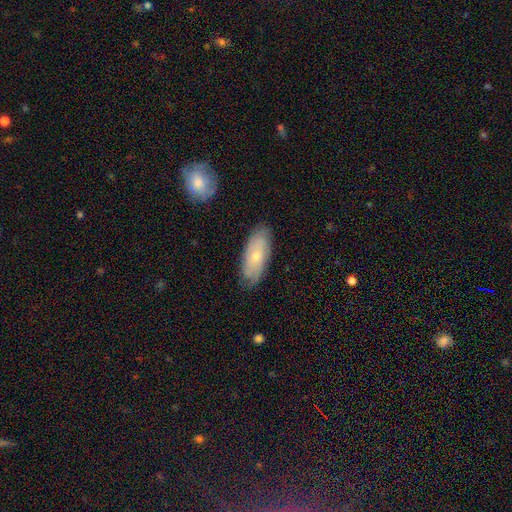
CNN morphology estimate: Q: Smooth or featured?
A: smooth (53%); runner-up: featured or disk (40%)
Q: How rounded?
A: in between (82%); runner-up: cigar-shaped (15%)
Q: Merging?
A: none (79%); runner-up: minor disturbance (16%)